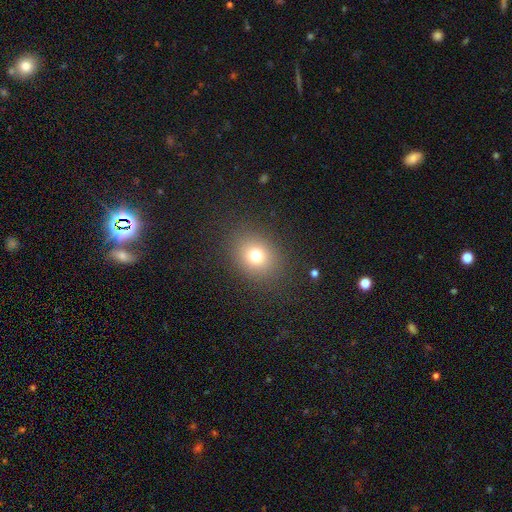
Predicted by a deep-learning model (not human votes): Q: Smooth or featured?
A: smooth (74%); runner-up: star or artifact (16%)
Q: How rounded?
A: round (63%); runner-up: in between (36%)
Q: Merging?
A: none (86%); runner-up: minor disturbance (8%)